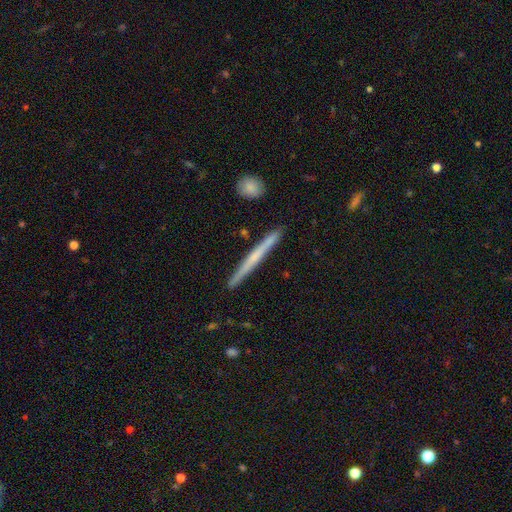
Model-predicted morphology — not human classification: Smooth or featured: featured or disk — 51% (smooth — 43%)
Edge-on disk: yes — 97% (no — 3%)
Merging: none — 90% (minor disturbance — 7%)